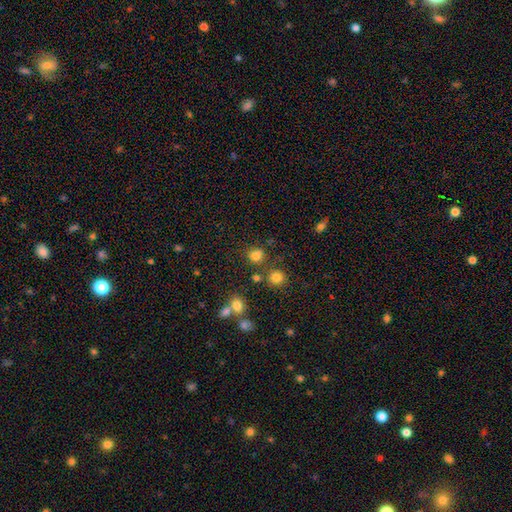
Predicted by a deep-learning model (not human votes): Smooth or featured? Predicted: smooth (p=0.78). How rounded? Predicted: round (p=0.74). Merging? Predicted: none (p=0.71).